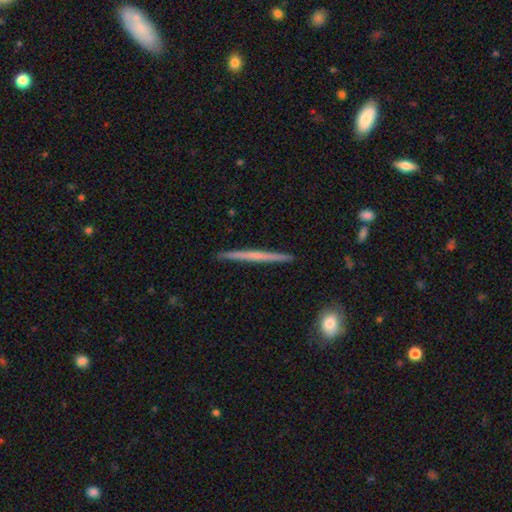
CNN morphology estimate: The model was most divided on "smooth or featured": featured or disk: 58%, smooth: 36%, star or artifact: 6%. More confident: edge-on disk — yes (98%); merging — none (92%); edge-on bulge — none (76%).